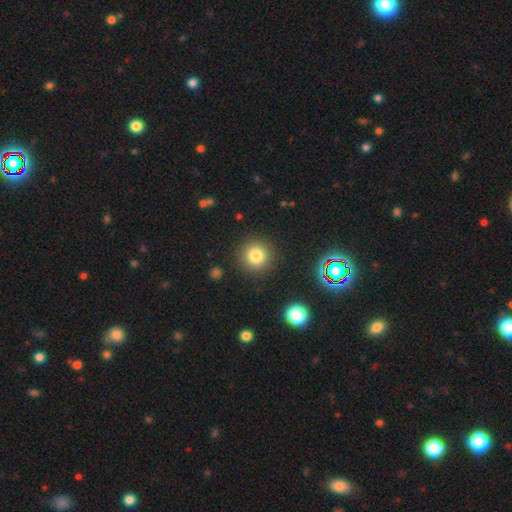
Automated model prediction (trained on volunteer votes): Q: Smooth or featured?
A: smooth (80%); runner-up: star or artifact (13%)
Q: How rounded?
A: round (94%); runner-up: in between (5%)
Q: Merging?
A: none (90%); runner-up: minor disturbance (6%)